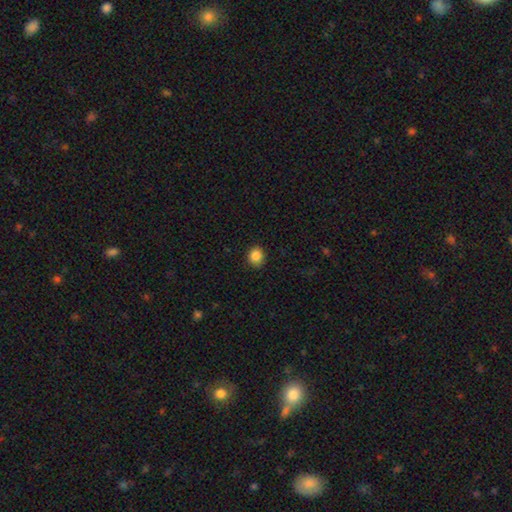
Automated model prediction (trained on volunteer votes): smooth_or_featured: smooth (p=0.86) [alt: star or artifact p=0.10]
how_rounded: round (p=0.79) [alt: in between p=0.21]
merging: none (p=0.88) [alt: minor disturbance p=0.09]